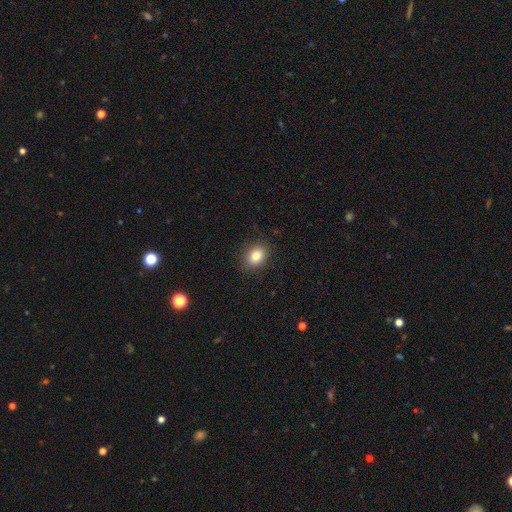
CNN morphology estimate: smooth_or_featured: smooth (p=0.83) [alt: star or artifact p=0.10]
how_rounded: in between (p=0.61) [alt: round p=0.38]
merging: none (p=0.87) [alt: minor disturbance p=0.09]